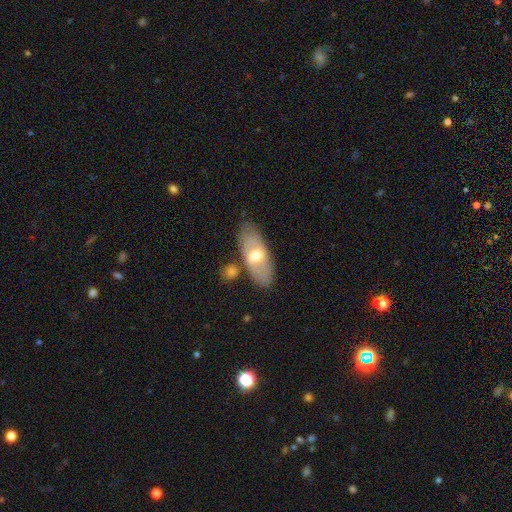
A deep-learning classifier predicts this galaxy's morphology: type=featured or disk (48%); merging=none (73%).